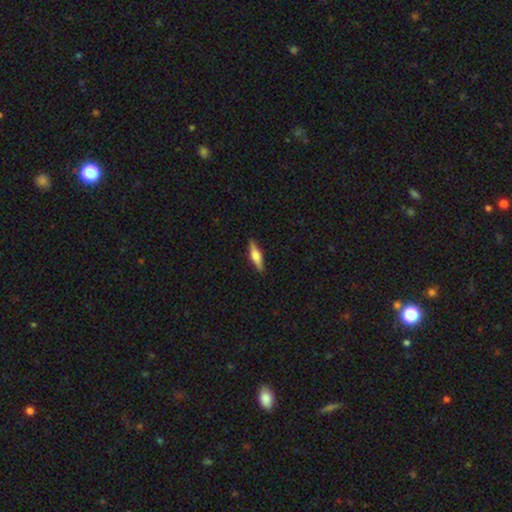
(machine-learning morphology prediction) A smooth galaxy with no disk features (55%) that is cigar-shaped (67%).

Vote fractions:
- Smooth or featured? smooth: 55% / featured or disk: 39% / star or artifact: 6%
- How rounded? cigar-shaped: 67% / in between: 31% / round: 2%
- Merging? none: 88% / minor disturbance: 9% / major disturbance: 2% / merger: 1%